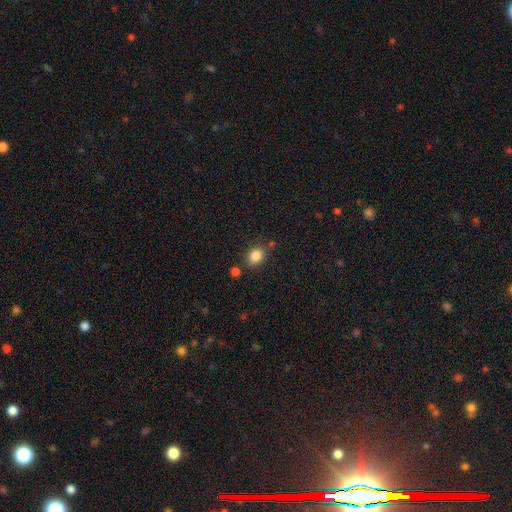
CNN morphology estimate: smooth-or-featured: smooth: 85% | star or artifact: 10% | featured or disk: 6%
  how-rounded: in between: 69% | round: 29% | cigar-shaped: 1%
  merging: none: 77% | minor disturbance: 13% | merger: 7% | major disturbance: 3%